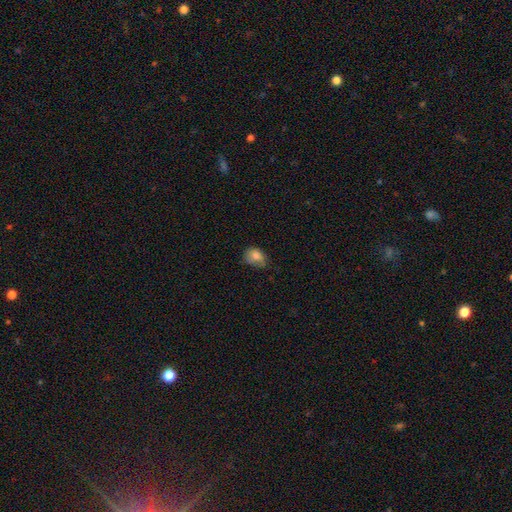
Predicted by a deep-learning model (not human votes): Morphology: type=smooth (80%); roundness=in between (59%); merging=none (47%).